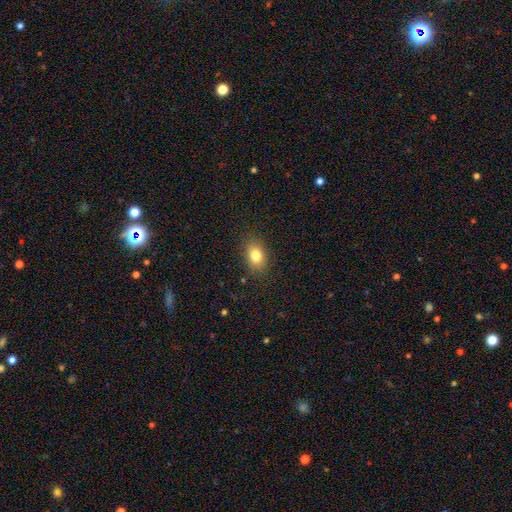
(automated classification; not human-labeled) Morphology: type=smooth (82%); roundness=in between (75%); merging=none (86%).